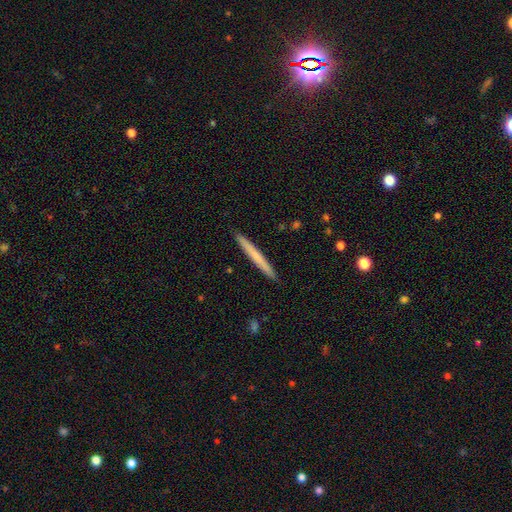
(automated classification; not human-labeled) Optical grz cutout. It shows a smooth galaxy with no disk features (63%) that is cigar-shaped (97%). Merging: none (93%).